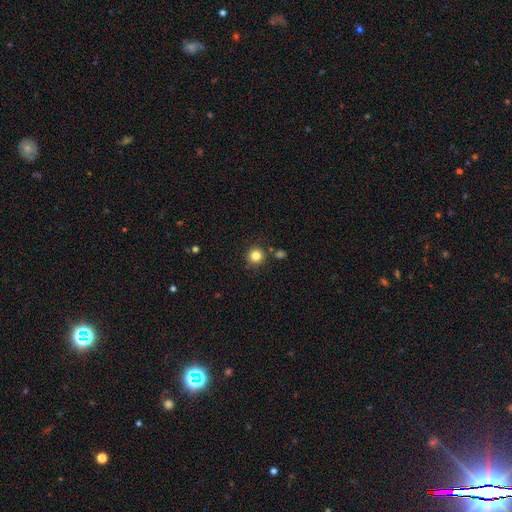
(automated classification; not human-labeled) smooth 83%, star or artifact 12%, featured or disk 5%. Down the decision tree: how rounded — round (94%); merging — none (86%).